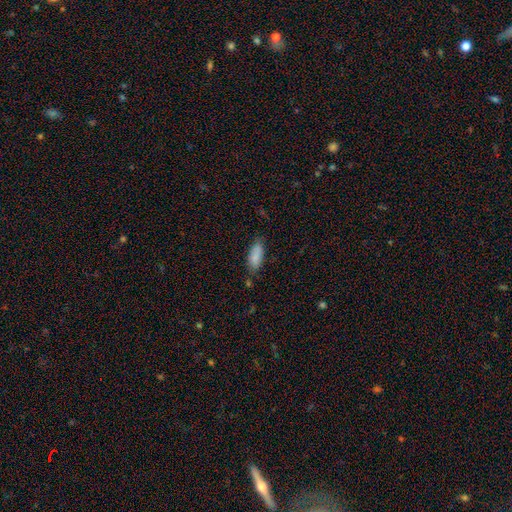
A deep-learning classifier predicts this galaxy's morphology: type=smooth (86%); roundness=in between (81%); merging=none (72%).